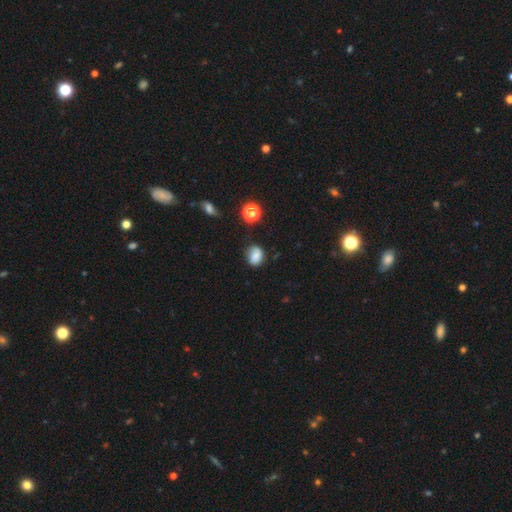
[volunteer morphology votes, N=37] Smooth or featured? smooth (68%)
How rounded? in between (64%)
Merging? none (69%)